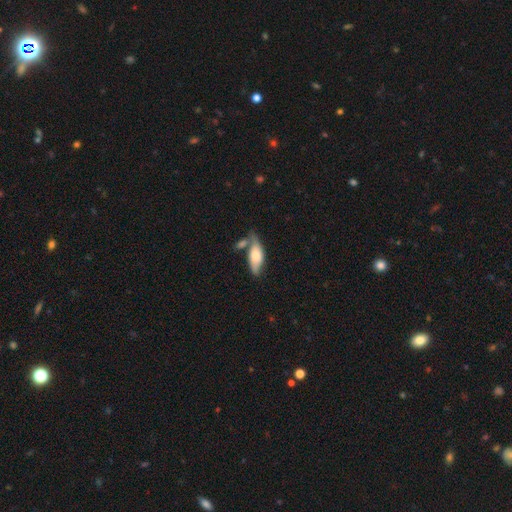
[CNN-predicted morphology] Q: Smooth or featured?
A: smooth (66%); runner-up: featured or disk (28%)
Q: How rounded?
A: in between (76%); runner-up: cigar-shaped (21%)
Q: Merging?
A: none (43%); runner-up: merger (29%)